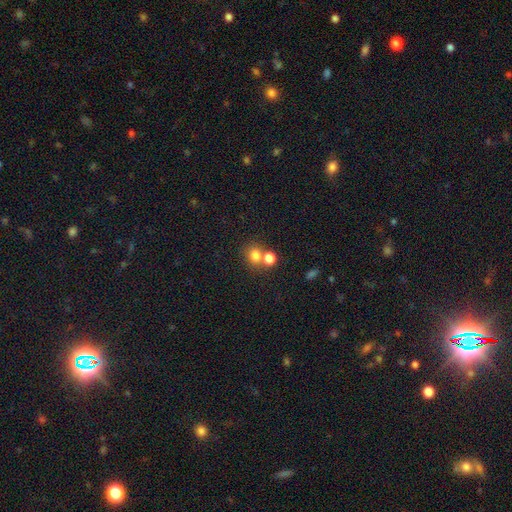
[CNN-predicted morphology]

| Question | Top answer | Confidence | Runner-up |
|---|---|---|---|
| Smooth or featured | smooth | 77% | star or artifact (14%) |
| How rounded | round | 70% | in between (29%) |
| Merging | none | 49% | merger (40%) |